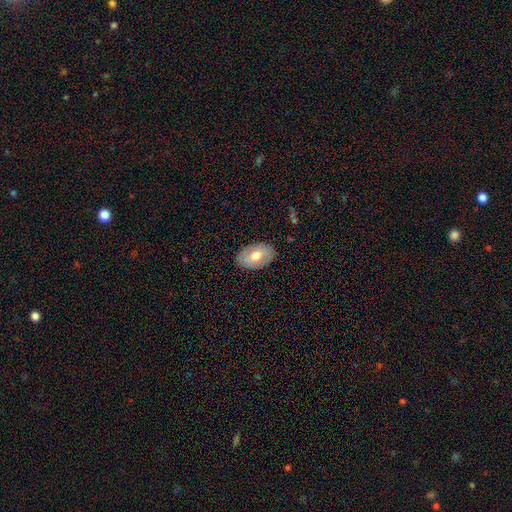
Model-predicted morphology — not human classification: This appears to be a smooth galaxy with no disk features (62%) that is in between round and cigar-shaped (90%). Merging: none (85%).